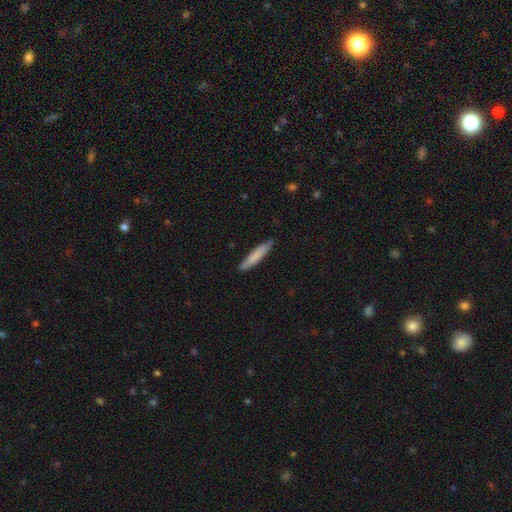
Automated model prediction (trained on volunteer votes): This is likely a smooth galaxy (78%). How rounded: clearly cigar-shaped (92%). Merging: clearly none (86%).